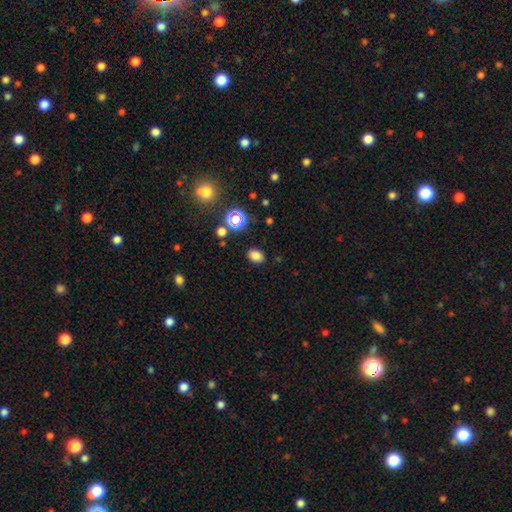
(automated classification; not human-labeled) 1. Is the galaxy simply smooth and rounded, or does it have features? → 77% smooth, 18% star or artifact, 5% featured or disk.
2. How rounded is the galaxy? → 68% in between, 31% round, 1% cigar-shaped.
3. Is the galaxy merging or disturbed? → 87% none, 9% minor disturbance, 3% major disturbance, 2% merger.